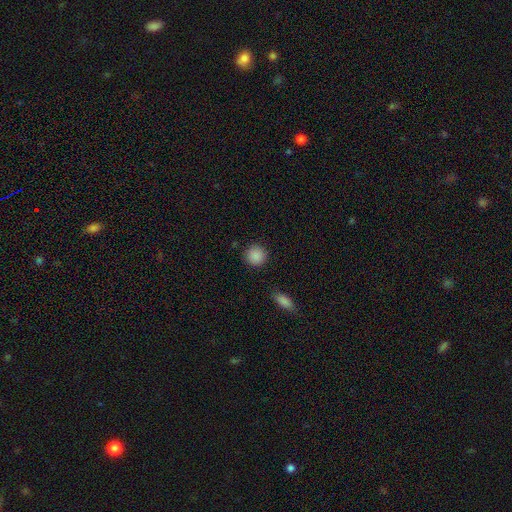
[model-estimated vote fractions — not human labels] This appears to be a smooth galaxy with no disk features (89%) that is round (93%). Merging: none (90%).